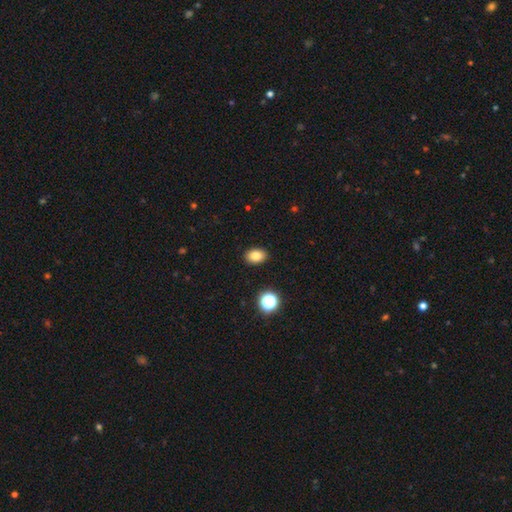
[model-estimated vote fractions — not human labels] Overall: smooth (82%). How rounded: in between (78%). Merging: none (89%).